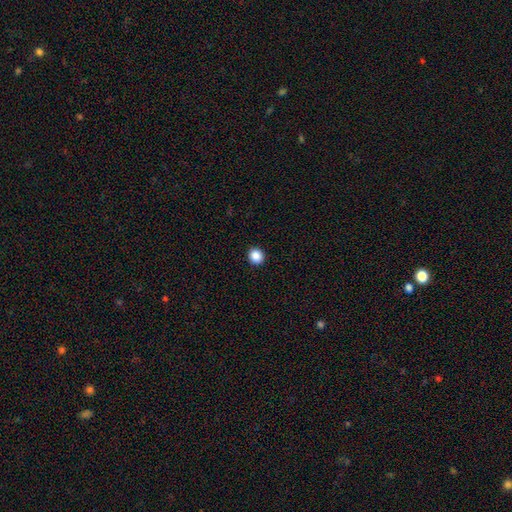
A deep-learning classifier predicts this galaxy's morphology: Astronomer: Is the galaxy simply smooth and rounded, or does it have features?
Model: smooth — 88%.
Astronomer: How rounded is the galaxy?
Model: round — 86%.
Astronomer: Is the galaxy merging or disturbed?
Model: none — 93%.